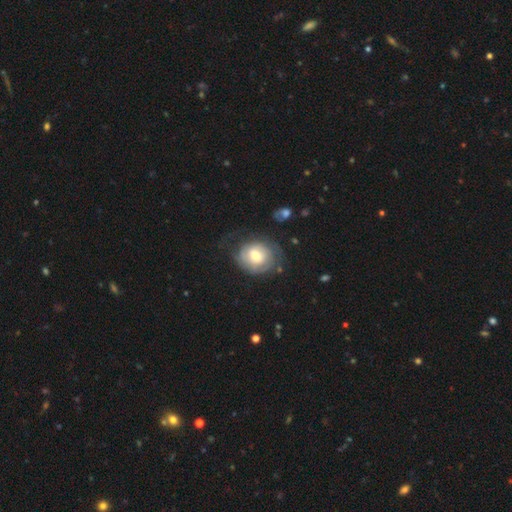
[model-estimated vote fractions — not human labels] Smooth or featured: featured or disk — 59% (smooth — 34%)
Edge-on disk: no — 97% (yes — 3%)
Bar: no — 55% (weak — 37%)
Spiral arms: yes — 79% (no — 21%)
Bulge size: moderate — 57% (small — 27%)
Merging: none — 58% (minor disturbance — 22%)